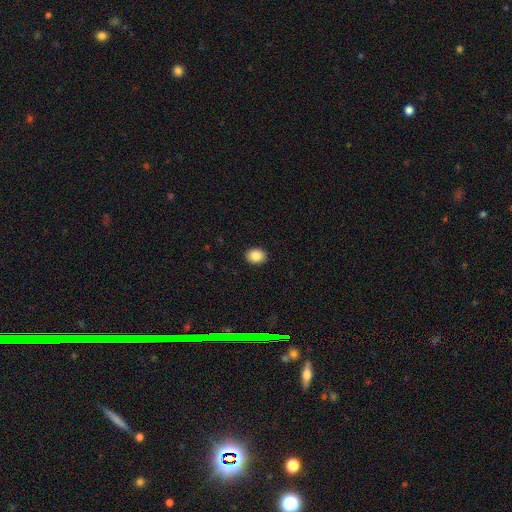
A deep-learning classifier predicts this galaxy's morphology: Smooth or featured? smooth (86%)
How rounded? in between (56%)
Merging? none (91%)